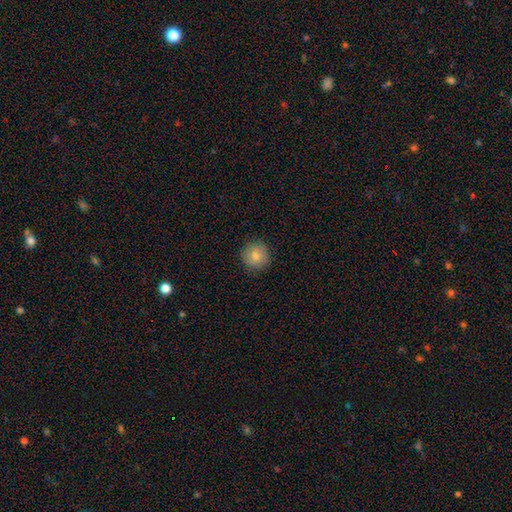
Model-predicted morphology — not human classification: Smooth or featured?
  - smooth: 81% *
  - featured or disk: 10%
  - star or artifact: 9%
How rounded?
  - round: 94% *
  - in between: 5%
  - cigar-shaped: 1%
Merging?
  - none: 90% *
  - minor disturbance: 7%
  - major disturbance: 2%
  - merger: 1%